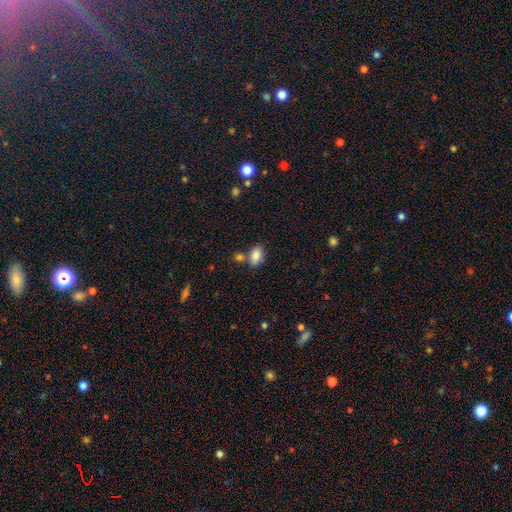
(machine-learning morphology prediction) This appears to be a smooth galaxy with no disk features (86%) that is in between round and cigar-shaped (88%). Merging: none (61%).